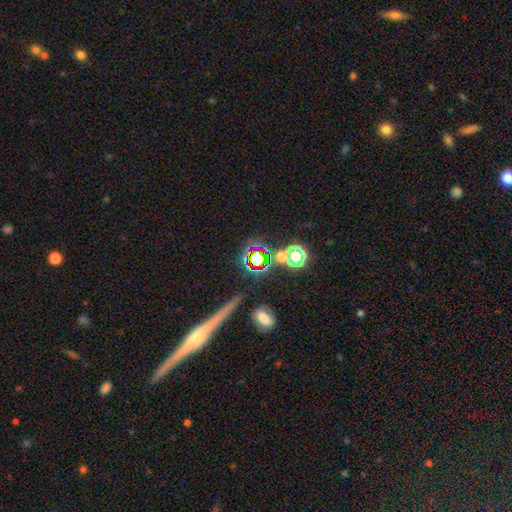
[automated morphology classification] Q: Smooth or featured?
A: star or artifact (62%); runner-up: smooth (25%)